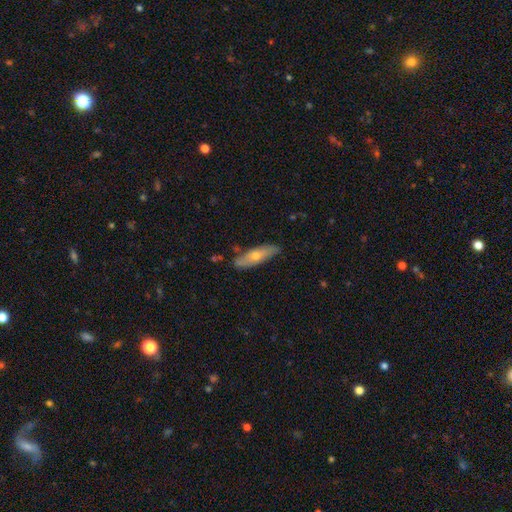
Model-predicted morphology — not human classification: Overall: smooth (50%; featured or disk 44%). Merging: none (79%).